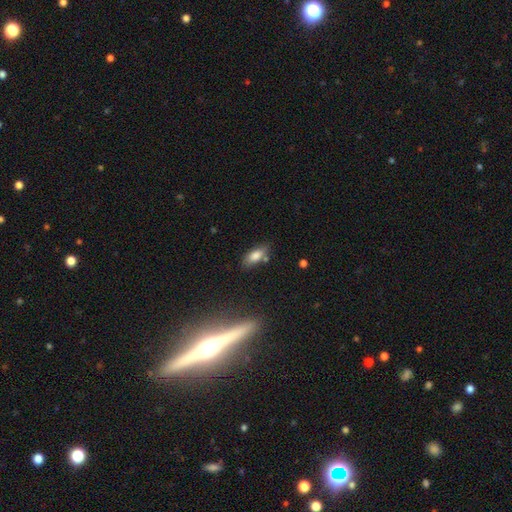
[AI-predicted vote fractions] Smooth or featured? smooth (81%)
How rounded? in between (83%)
Merging? none (70%)